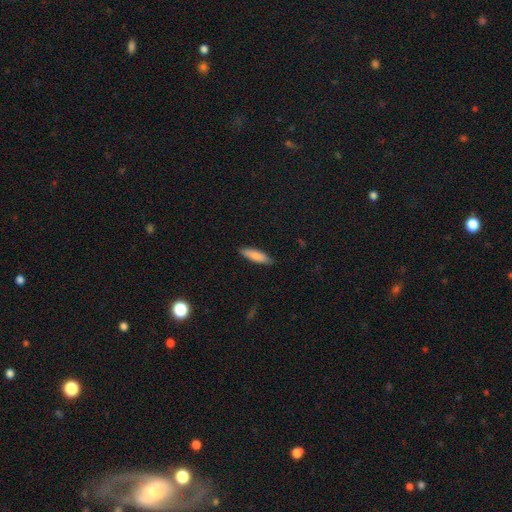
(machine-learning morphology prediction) smooth-or-featured: smooth: 82% | featured or disk: 12% | star or artifact: 6%
  how-rounded: cigar-shaped: 61% | in between: 38% | round: 2%
  merging: none: 87% | minor disturbance: 10% | major disturbance: 2% | merger: 1%